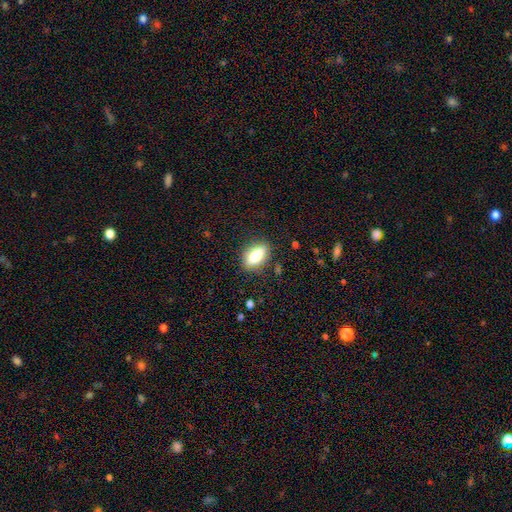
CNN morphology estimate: Smooth or featured? Predicted: smooth (p=0.74). How rounded? Predicted: in between (p=0.82). Merging? Predicted: none (p=0.84).